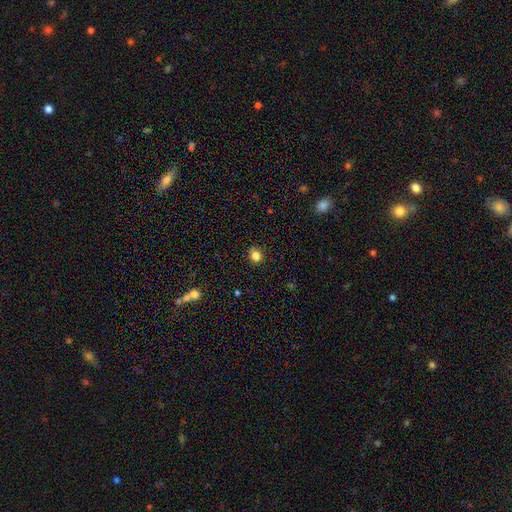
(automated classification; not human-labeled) Smooth or featured? smooth (82%)
How rounded? round (67%)
Merging? none (86%)